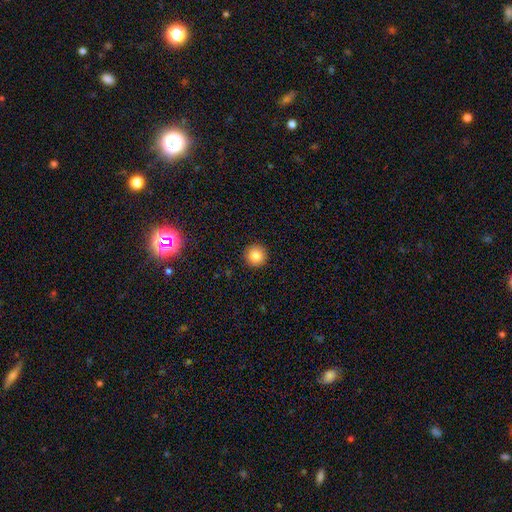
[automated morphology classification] type=smooth (84%); roundness=round (96%); merging=none (93%).